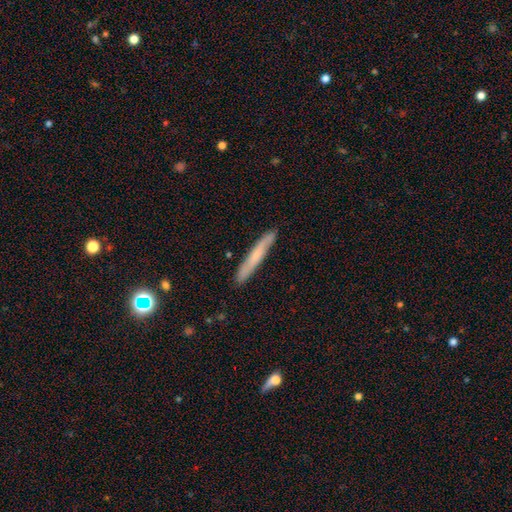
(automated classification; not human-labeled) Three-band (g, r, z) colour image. It shows a smooth galaxy with no disk features (59%) that is cigar-shaped (95%). Merging: none (88%).